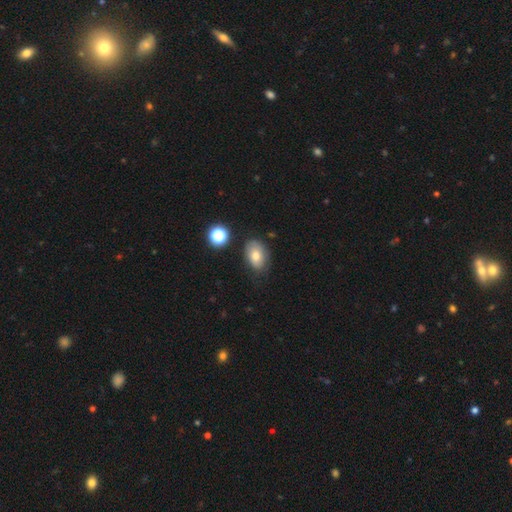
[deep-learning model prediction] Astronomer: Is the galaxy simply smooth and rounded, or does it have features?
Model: smooth — 73%.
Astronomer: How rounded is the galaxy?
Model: in between — 83%.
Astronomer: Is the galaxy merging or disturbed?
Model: none — 70%.